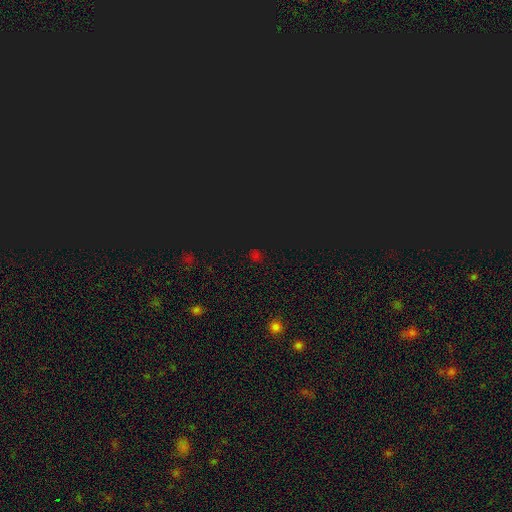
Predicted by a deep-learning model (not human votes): star or artifact 61%, smooth 33%, featured or disk 6%.